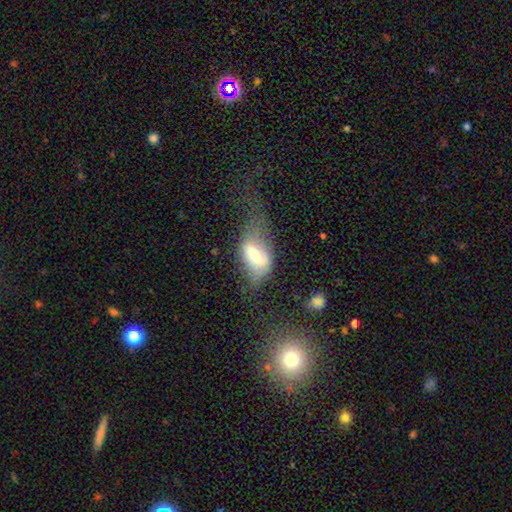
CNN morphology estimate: The model was most divided on "smooth or featured": smooth: 56%, featured or disk: 37%, star or artifact: 8%. More confident: how rounded — in between (89%); merging — major disturbance (50%).